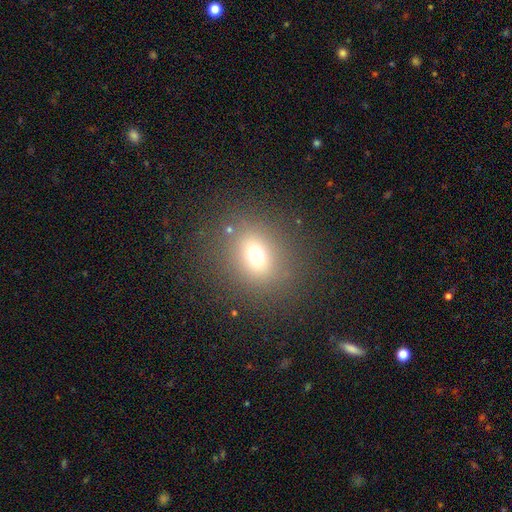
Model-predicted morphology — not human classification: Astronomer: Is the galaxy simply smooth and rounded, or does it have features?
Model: smooth — 68%.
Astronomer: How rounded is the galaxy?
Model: round — 62%.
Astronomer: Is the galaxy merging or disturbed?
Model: none — 82%.